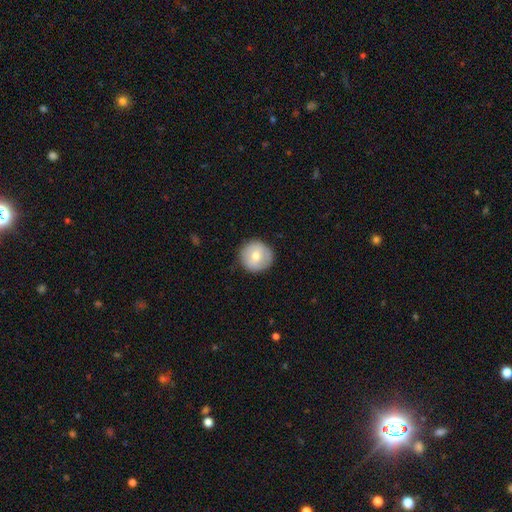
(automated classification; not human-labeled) A smooth galaxy with no disk features (68%) that is round (95%). Merging: none (88%).